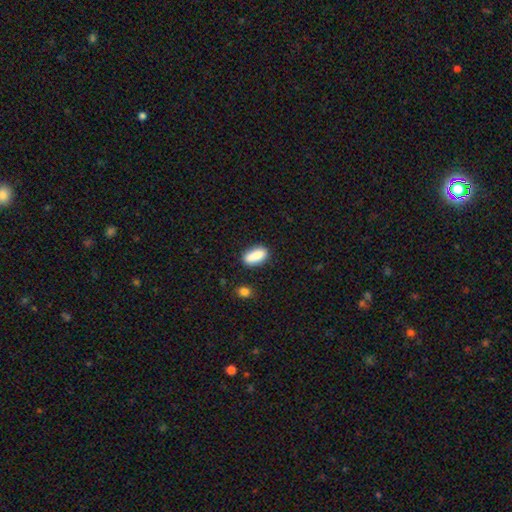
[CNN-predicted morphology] A smooth galaxy with no disk features (86%) that is in between round and cigar-shaped (83%).

Vote fractions:
- Smooth or featured? smooth: 86% / star or artifact: 7% / featured or disk: 6%
- How rounded? in between: 83% / cigar-shaped: 13% / round: 4%
- Merging? none: 78% / minor disturbance: 14% / merger: 4% / major disturbance: 3%